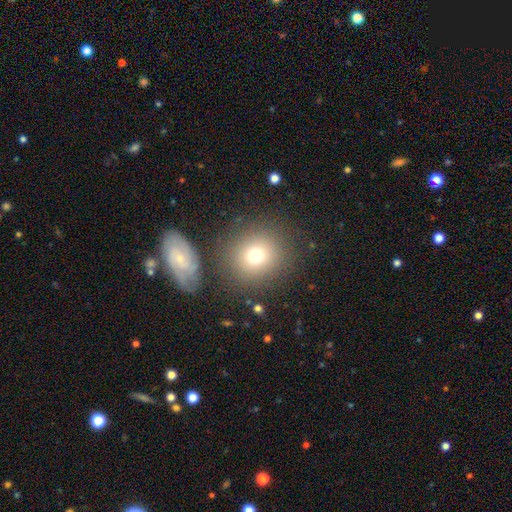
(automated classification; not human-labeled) Smooth or featured: smooth — 74% (star or artifact — 13%)
How rounded: round — 87% (in between — 12%)
Merging: none — 79% (minor disturbance — 9%)